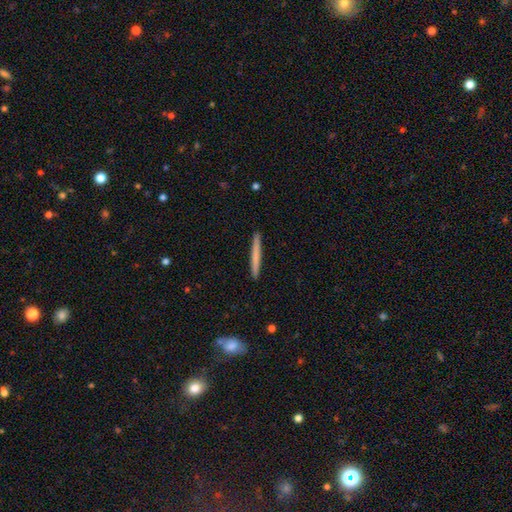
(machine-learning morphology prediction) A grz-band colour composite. It shows a smooth galaxy with no disk features (68%) that is cigar-shaped (97%). Merging: none (93%).